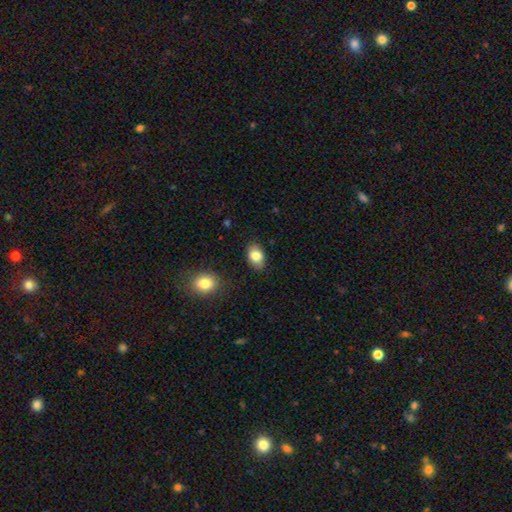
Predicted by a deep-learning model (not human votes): Smooth or featured: smooth — 83% (featured or disk — 9%)
How rounded: in between — 84% (round — 15%)
Merging: none — 85% (minor disturbance — 11%)